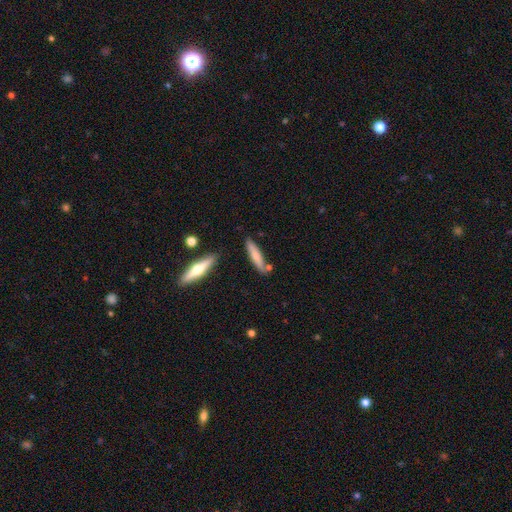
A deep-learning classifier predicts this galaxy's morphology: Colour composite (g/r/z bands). It shows a smooth galaxy with no disk features (64%) that is cigar-shaped (83%). Merging: none (76%).